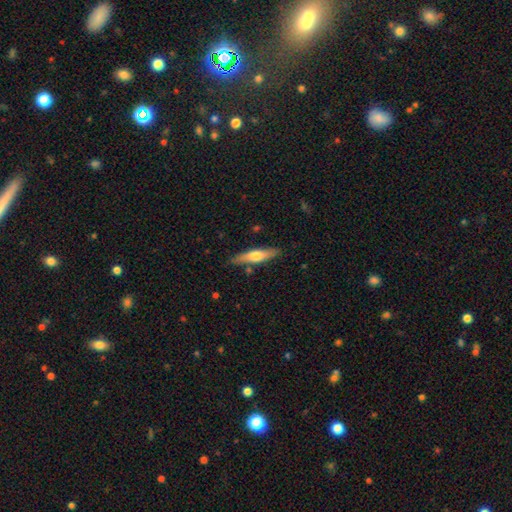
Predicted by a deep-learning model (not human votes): Smooth or featured? Predicted: smooth (p=0.53). How rounded? Predicted: cigar-shaped (p=0.75). Merging? Predicted: none (p=0.82).